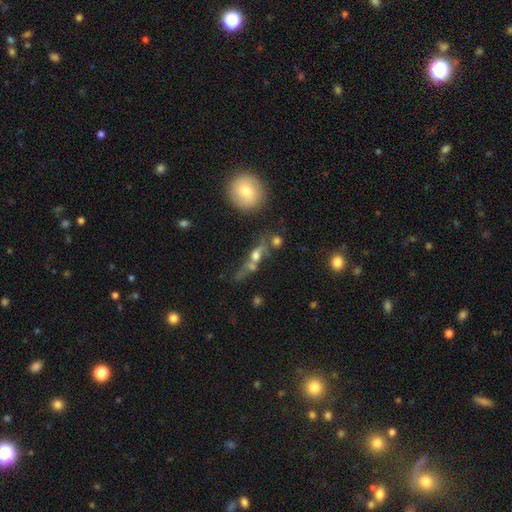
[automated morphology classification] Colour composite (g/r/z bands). It shows a featured or disk galaxy (40%). Merging: none (61%).